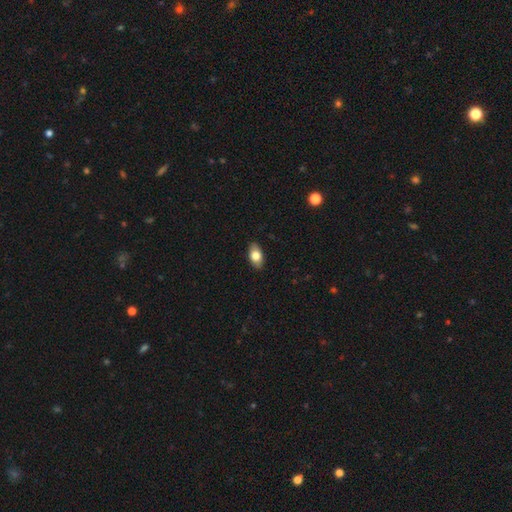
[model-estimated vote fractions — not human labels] smooth_or_featured: smooth (p=0.78) [alt: featured or disk p=0.15]
how_rounded: in between (p=0.91) [alt: round p=0.06]
merging: none (p=0.88) [alt: minor disturbance p=0.09]